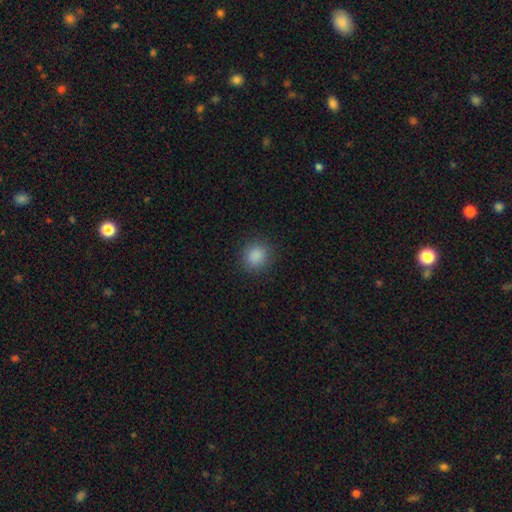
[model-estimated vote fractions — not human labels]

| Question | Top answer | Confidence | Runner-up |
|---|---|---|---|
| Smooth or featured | smooth | 87% | star or artifact (10%) |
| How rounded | round | 86% | in between (13%) |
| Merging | none | 89% | minor disturbance (8%) |